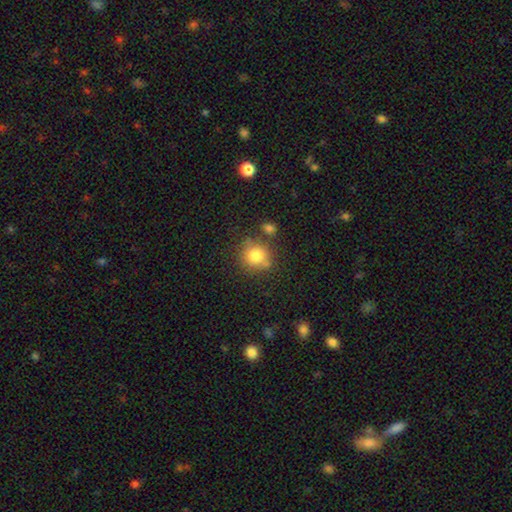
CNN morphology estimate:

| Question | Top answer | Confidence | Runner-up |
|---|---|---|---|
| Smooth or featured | smooth | 80% | star or artifact (11%) |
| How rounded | round | 86% | in between (13%) |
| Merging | none | 69% | minor disturbance (14%) |